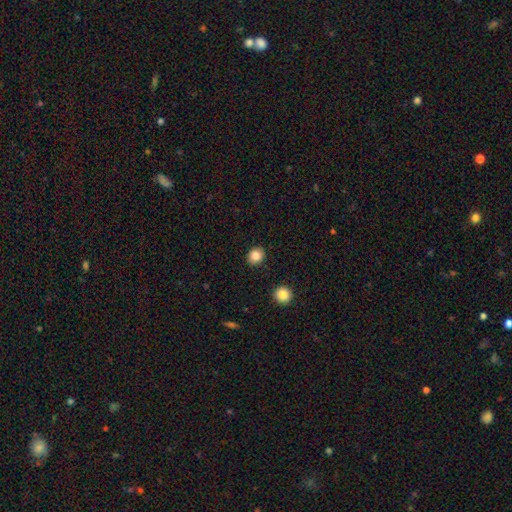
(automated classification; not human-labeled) Smooth or featured?
  - smooth: 84% *
  - star or artifact: 10%
  - featured or disk: 6%
How rounded?
  - round: 74% *
  - in between: 25%
  - cigar-shaped: 1%
Merging?
  - none: 90% *
  - minor disturbance: 6%
  - major disturbance: 2%
  - merger: 2%